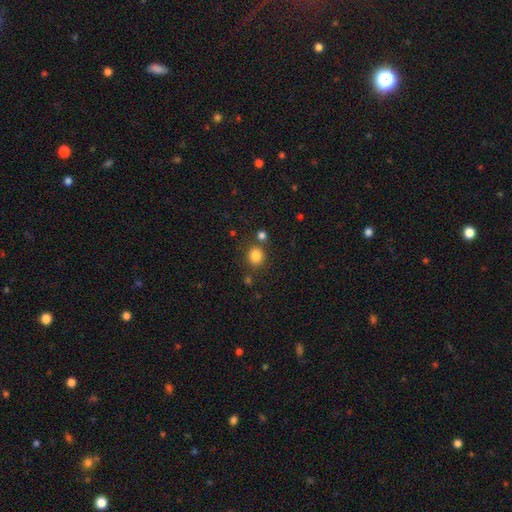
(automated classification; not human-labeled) A smooth galaxy with no disk features (84%) that is round (81%).

Vote fractions:
- Smooth or featured? smooth: 84% / star or artifact: 11% / featured or disk: 5%
- How rounded? round: 81% / in between: 18% / cigar-shaped: 1%
- Merging? none: 77% / merger: 10% / minor disturbance: 9% / major disturbance: 4%